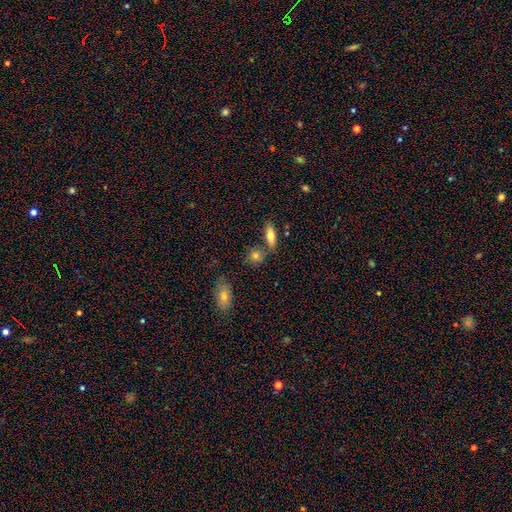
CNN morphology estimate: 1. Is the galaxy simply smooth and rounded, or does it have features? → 78% smooth, 12% featured or disk, 11% star or artifact.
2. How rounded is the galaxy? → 53% round, 40% in between, 7% cigar-shaped.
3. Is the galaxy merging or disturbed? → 67% none, 18% merger, 11% minor disturbance, 3% major disturbance.